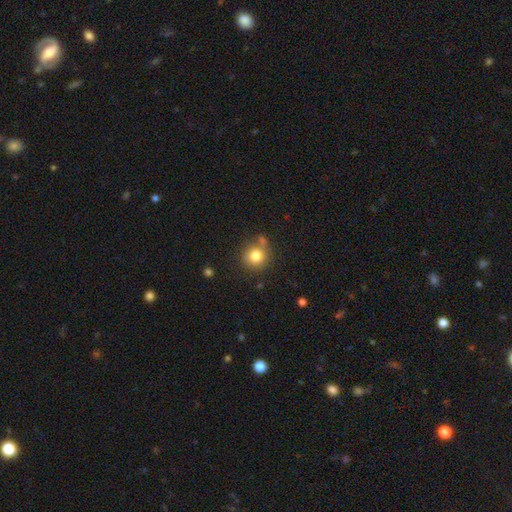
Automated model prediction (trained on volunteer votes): This is clearly a smooth galaxy (80%). How rounded: clearly round (91%). Merging: likely none (71%).